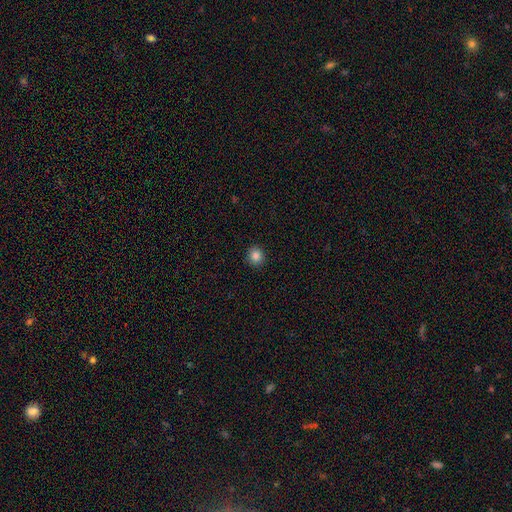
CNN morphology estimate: smooth-or-featured: smooth: 85% | star or artifact: 11% | featured or disk: 4%
  how-rounded: round: 88% | in between: 11% | cigar-shaped: 1%
  merging: none: 92% | minor disturbance: 5% | major disturbance: 2% | merger: 1%